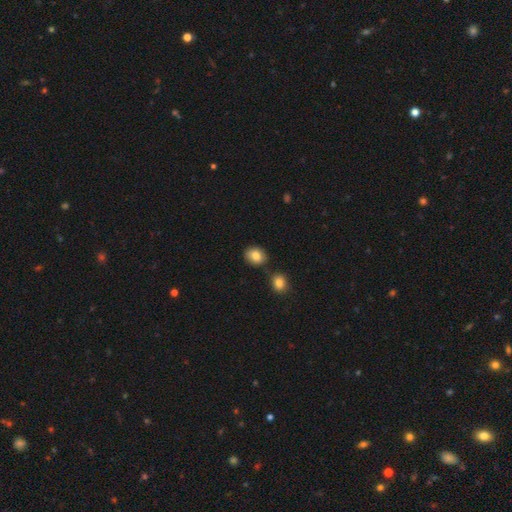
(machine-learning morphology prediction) type=smooth (84%); roundness=in between (50%); merging=none (78%).